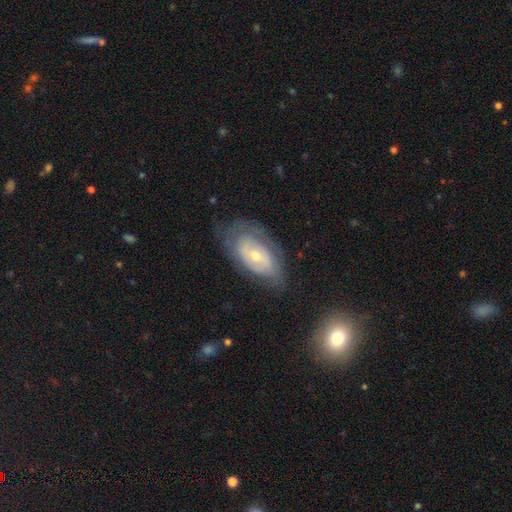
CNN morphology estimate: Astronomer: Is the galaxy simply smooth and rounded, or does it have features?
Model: featured or disk — 70%.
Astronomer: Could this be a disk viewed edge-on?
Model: no — 93%.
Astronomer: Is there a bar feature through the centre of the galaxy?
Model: no — 66%.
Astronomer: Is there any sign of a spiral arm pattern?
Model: yes — 75%.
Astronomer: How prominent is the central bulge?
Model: moderate — 49% (runner-up: small, 47%).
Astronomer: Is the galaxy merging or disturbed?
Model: none — 62%.